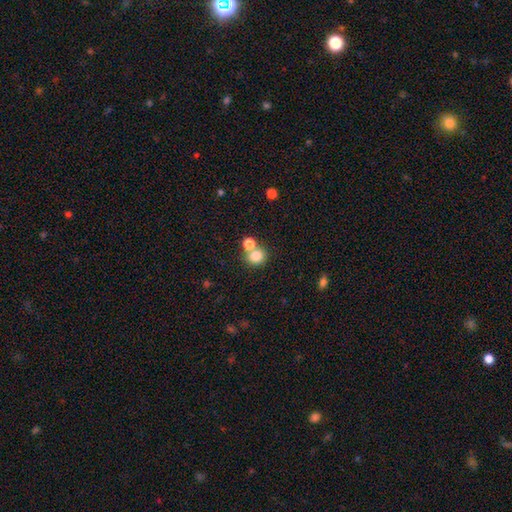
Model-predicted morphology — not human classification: smooth_or_featured: smooth (p=0.80) [alt: star or artifact p=0.12]
how_rounded: round (p=0.80) [alt: in between p=0.19]
merging: none (p=0.55) [alt: merger p=0.34]